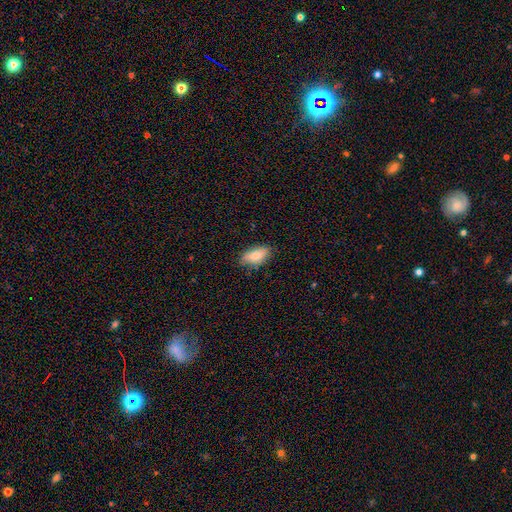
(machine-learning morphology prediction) Smooth or featured? Predicted: smooth (p=0.78). How rounded? Predicted: in between (p=0.89). Merging? Predicted: none (p=0.77).